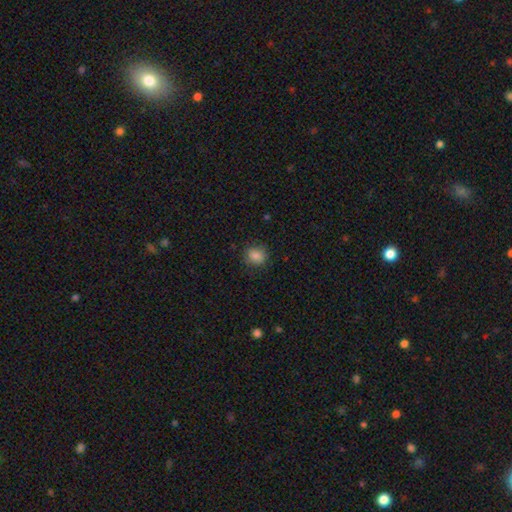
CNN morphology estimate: A smooth galaxy with no disk features (84%) that is round (74%). Merging: none (85%).